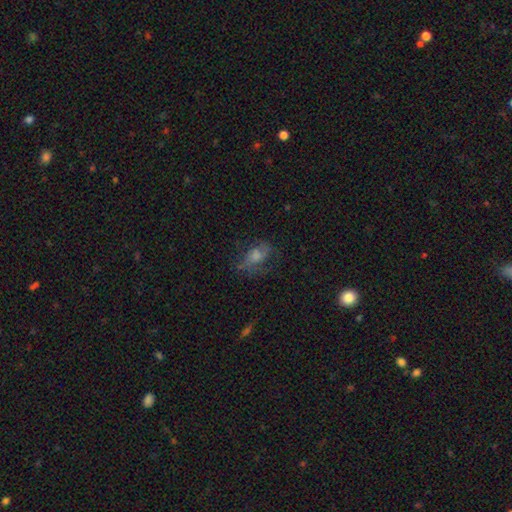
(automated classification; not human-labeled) smooth_or_featured: featured or disk (p=0.42) [alt: smooth p=0.38]
merging: none (p=0.53) [alt: major disturbance p=0.23]